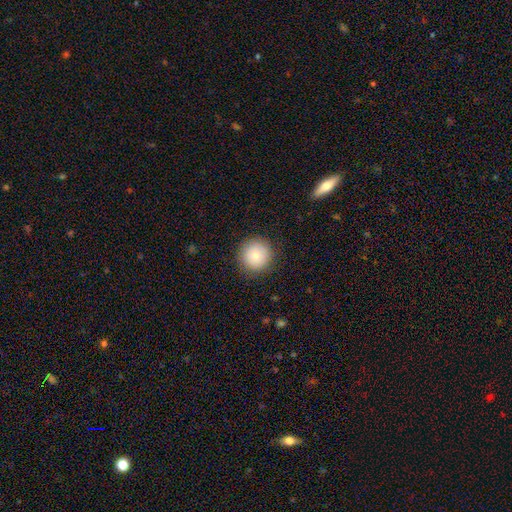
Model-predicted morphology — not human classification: Overall: smooth (81%). How rounded: round (95%). Merging: none (89%).